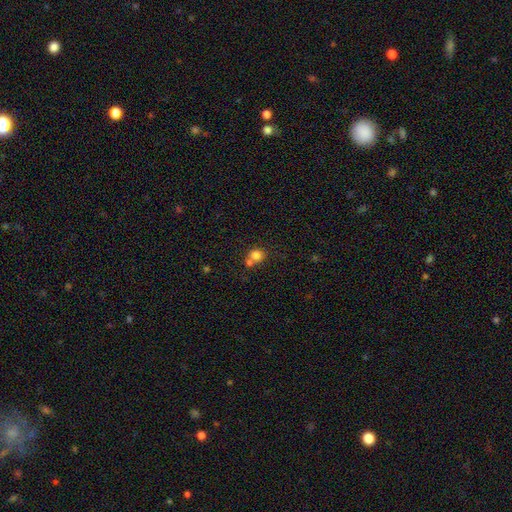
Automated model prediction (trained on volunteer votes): This appears to be a smooth galaxy with no disk features (79%) that is round (83%). Merging: none (49%).